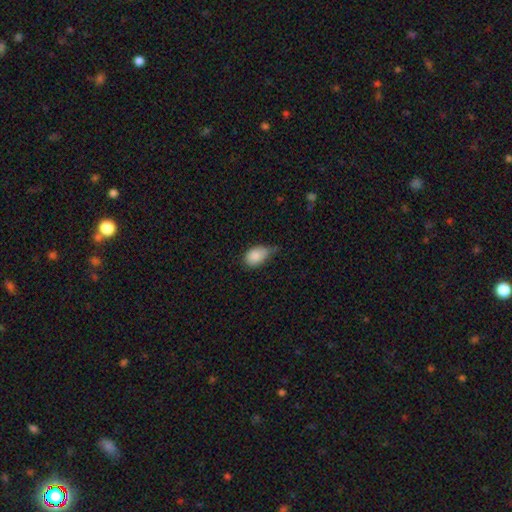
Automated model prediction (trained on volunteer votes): The model was most divided on "merging": minor disturbance: 53%, none: 29%, major disturbance: 15%, merger: 3%. More confident: smooth or featured — smooth (86%); how rounded — in between (81%).